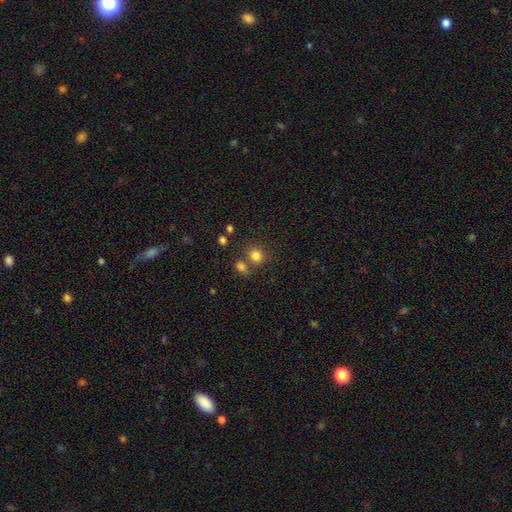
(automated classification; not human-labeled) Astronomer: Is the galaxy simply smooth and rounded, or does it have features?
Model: smooth — 81%.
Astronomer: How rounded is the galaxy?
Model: round — 74%.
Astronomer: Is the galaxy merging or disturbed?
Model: none — 63%.